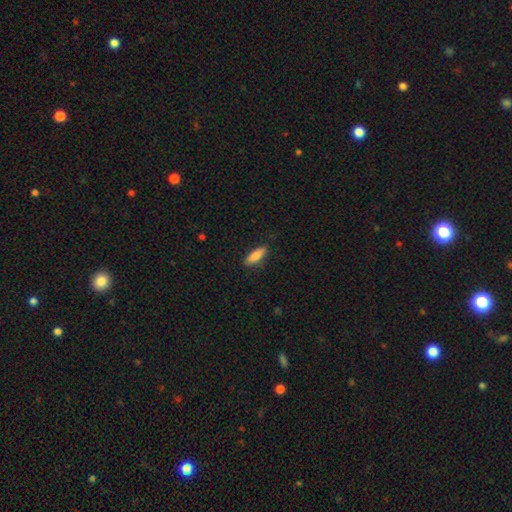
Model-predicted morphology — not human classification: Smooth or featured?
  - smooth: 82% *
  - featured or disk: 11%
  - star or artifact: 6%
How rounded?
  - in between: 52% *
  - cigar-shaped: 46%
  - round: 2%
Merging?
  - none: 86% *
  - minor disturbance: 11%
  - major disturbance: 2%
  - merger: 1%